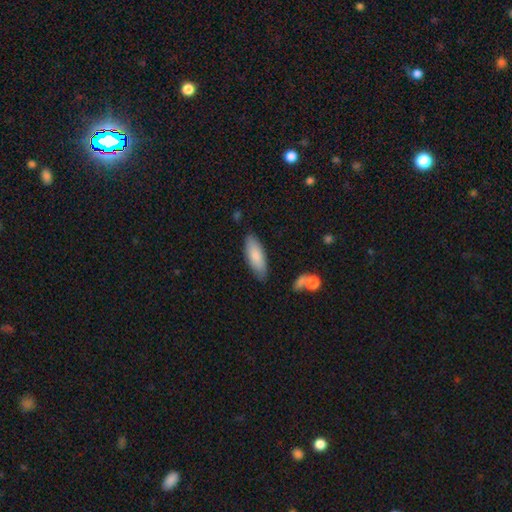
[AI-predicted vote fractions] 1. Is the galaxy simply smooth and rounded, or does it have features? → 84% smooth, 11% featured or disk, 6% star or artifact.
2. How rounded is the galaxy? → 66% in between, 33% cigar-shaped, 2% round.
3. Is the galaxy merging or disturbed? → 82% none, 13% minor disturbance, 3% major disturbance, 2% merger.